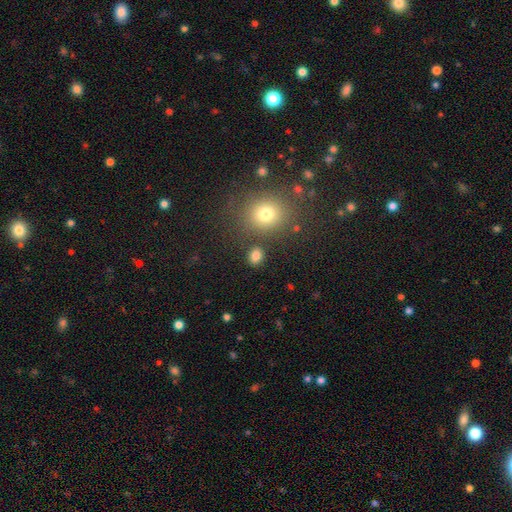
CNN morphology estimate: smooth 80%, star or artifact 14%, featured or disk 6%. Down the decision tree: how rounded — round (59%); merging — none (82%).